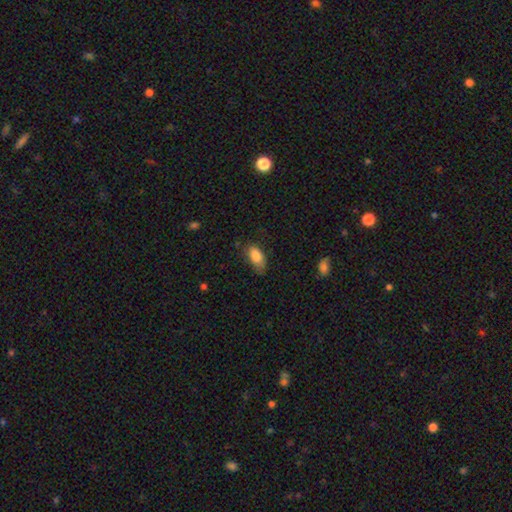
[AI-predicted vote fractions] smooth_or_featured: smooth (p=0.85) [alt: featured or disk p=0.08]
how_rounded: in between (p=0.89) [alt: cigar-shaped p=0.07]
merging: none (p=0.58) [alt: minor disturbance p=0.32]